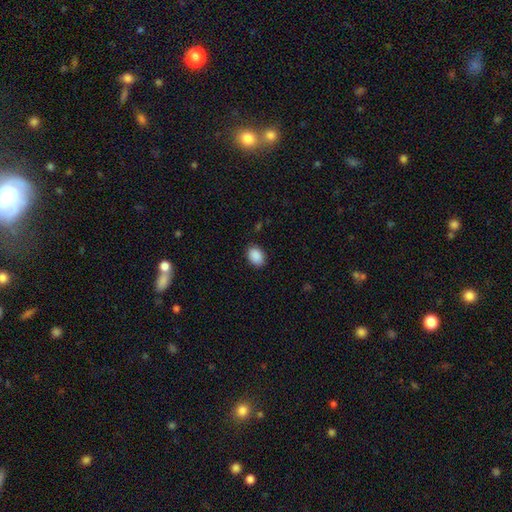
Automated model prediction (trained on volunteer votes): smooth-or-featured: smooth: 90% | star or artifact: 7% | featured or disk: 2%
  how-rounded: in between: 77% | round: 22% | cigar-shaped: 1%
  merging: none: 88% | minor disturbance: 9% | major disturbance: 2% | merger: 1%